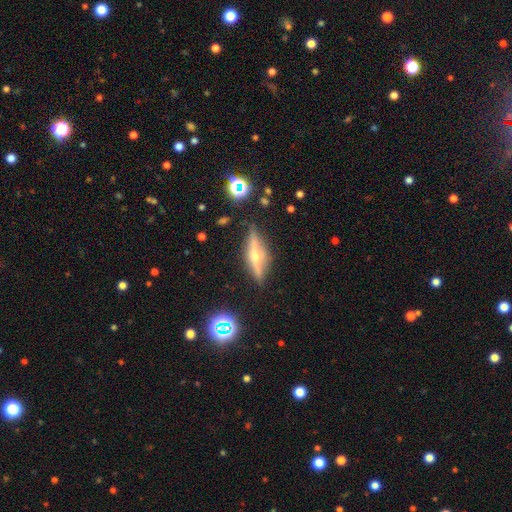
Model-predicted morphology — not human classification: This appears to be a featured or disk galaxy (70%) viewed edge-on (94%) with a rounded central bulge (90%). Merging: none (85%).